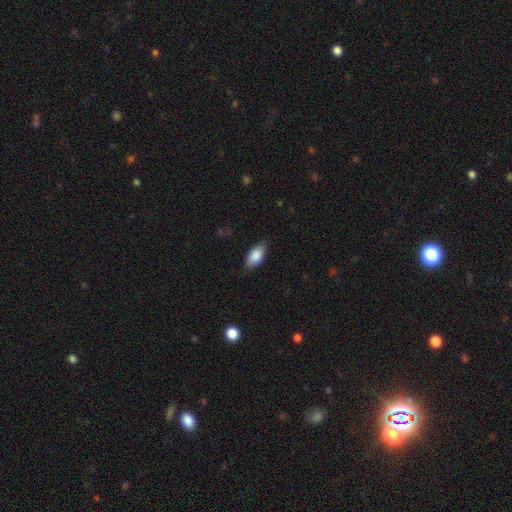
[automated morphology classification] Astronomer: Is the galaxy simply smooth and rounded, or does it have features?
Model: smooth — 85%.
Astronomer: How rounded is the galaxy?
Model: in between — 91%.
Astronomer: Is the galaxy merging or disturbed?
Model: none — 80%.